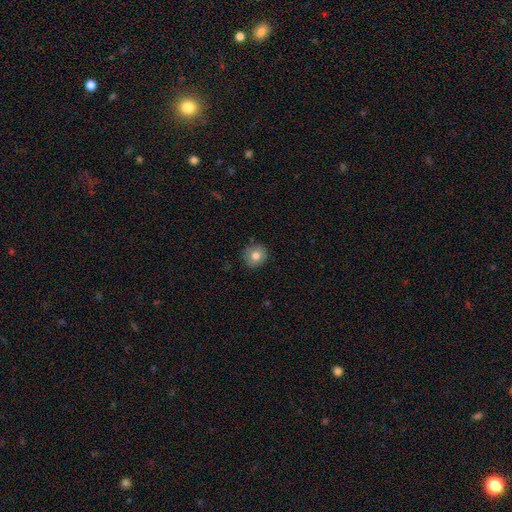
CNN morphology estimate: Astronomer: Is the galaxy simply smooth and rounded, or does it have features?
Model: smooth — 79%.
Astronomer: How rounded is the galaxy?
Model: round — 90%.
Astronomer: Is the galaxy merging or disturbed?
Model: none — 87%.